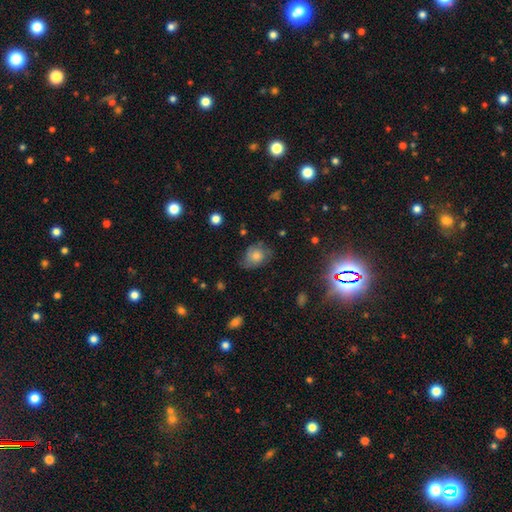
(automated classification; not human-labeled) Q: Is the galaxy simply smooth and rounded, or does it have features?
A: smooth — 57%.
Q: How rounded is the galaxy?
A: in between — 52%.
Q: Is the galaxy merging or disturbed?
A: none — 60%.